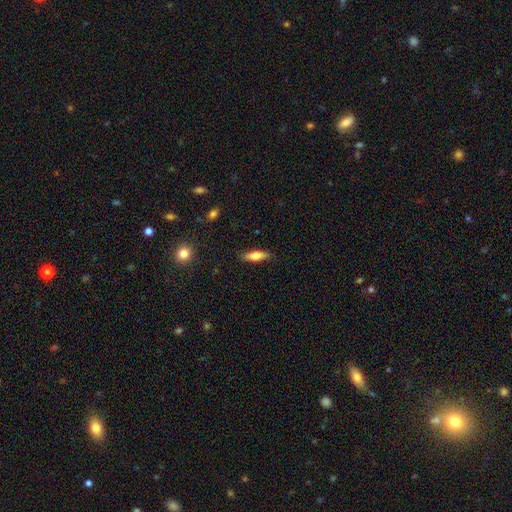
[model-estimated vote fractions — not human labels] A smooth galaxy with no disk features (69%) that is cigar-shaped (55%).

Vote fractions:
- Smooth or featured? smooth: 69% / featured or disk: 25% / star or artifact: 7%
- How rounded? cigar-shaped: 55% / in between: 43% / round: 2%
- Merging? none: 85% / minor disturbance: 11% / major disturbance: 2% / merger: 1%